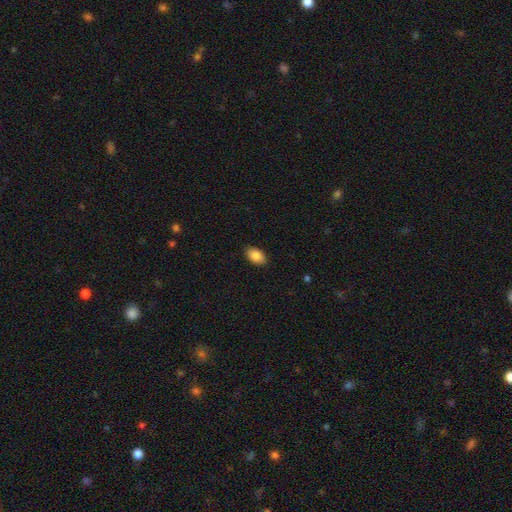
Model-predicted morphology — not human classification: smooth-or-featured: smooth: 87% | star or artifact: 7% | featured or disk: 6%
  how-rounded: in between: 92% | round: 7% | cigar-shaped: 1%
  merging: none: 89% | minor disturbance: 8% | major disturbance: 2% | merger: 1%